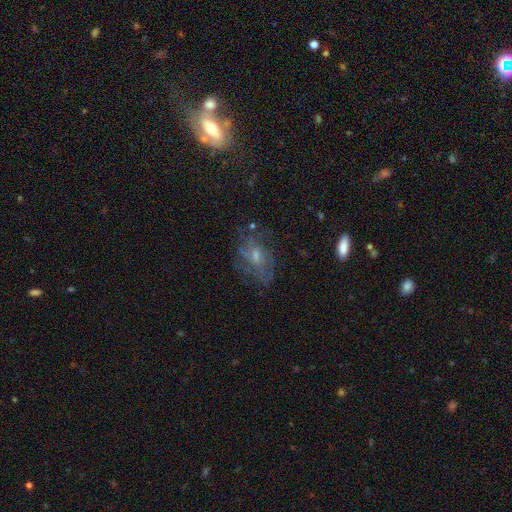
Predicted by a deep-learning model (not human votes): A featured or disk galaxy (55%) with no bar (71%), spiral arms (54%) and a small central bulge (49%).

Vote fractions:
- Smooth or featured? featured or disk: 55% / smooth: 28% / star or artifact: 17%
- Edge-on disk? no: 94% / yes: 6%
- Bar? no: 71% / weak: 24% / strong: 4%
- Spiral arms? yes: 54% / no: 46%
- Bulge size? small: 49% / moderate: 39% / none: 7% / large: 3% / dominant: 1%
- Merging? none: 60% / minor disturbance: 21% / major disturbance: 17% / merger: 2%